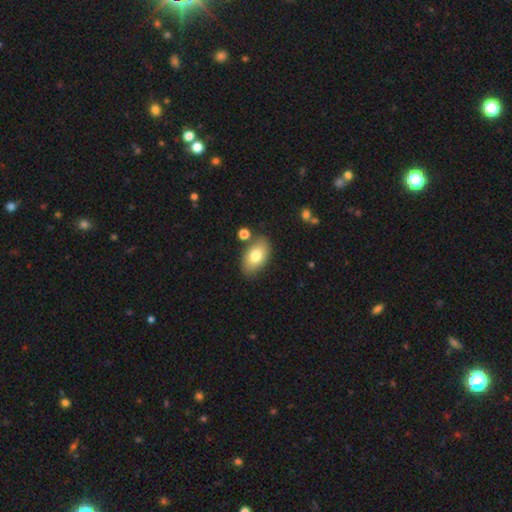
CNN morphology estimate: smooth-or-featured: smooth: 77% | featured or disk: 16% | star or artifact: 7%
  how-rounded: in between: 92% | round: 7% | cigar-shaped: 2%
  merging: none: 78% | minor disturbance: 12% | merger: 7% | major disturbance: 3%